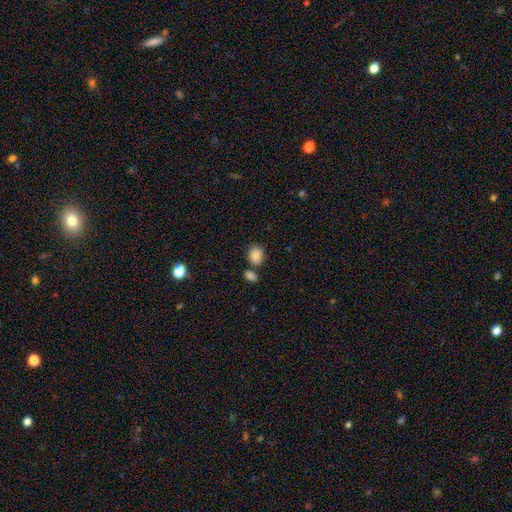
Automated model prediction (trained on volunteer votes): smooth_or_featured: smooth (p=0.85) [alt: star or artifact p=0.09]
how_rounded: round (p=0.50) [alt: in between p=0.49]
merging: none (p=0.66) [alt: merger p=0.19]